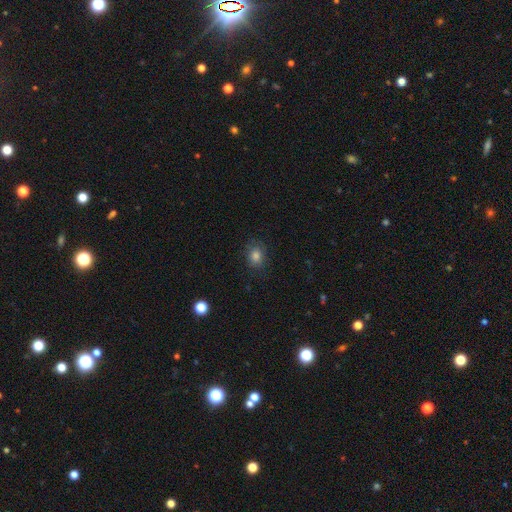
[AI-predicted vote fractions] Morphology: type=smooth (78%); roundness=round (55%); merging=none (81%).